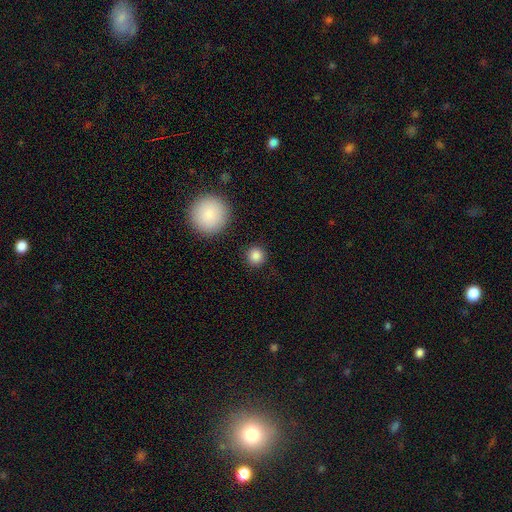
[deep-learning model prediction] Smooth or featured? smooth (86%)
How rounded? round (94%)
Merging? none (90%)